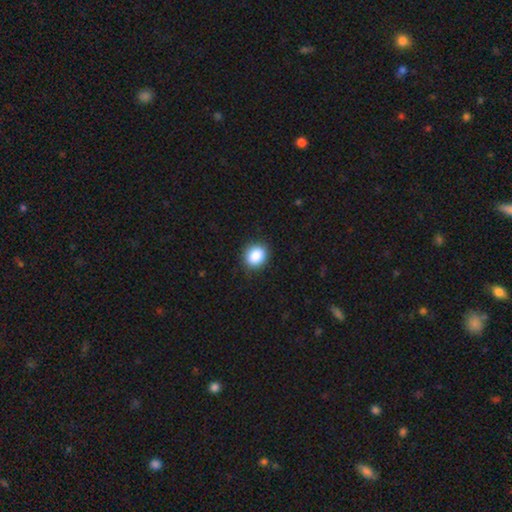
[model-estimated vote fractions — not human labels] This is clearly a smooth galaxy (88%). How rounded: likely round (66%). Merging: clearly none (89%).